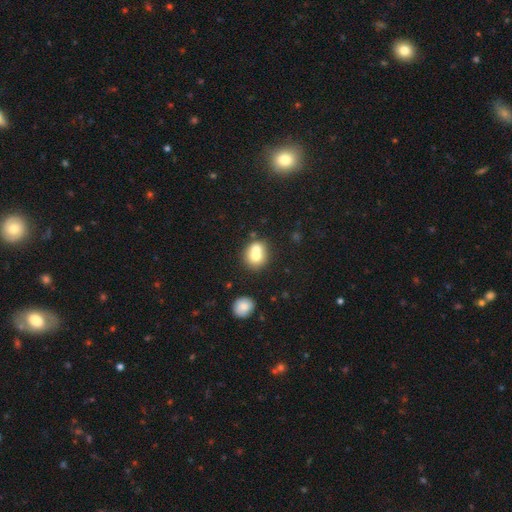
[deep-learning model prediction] A smooth galaxy with no disk features (69%) that is round (77%). Merging: merger (54%).